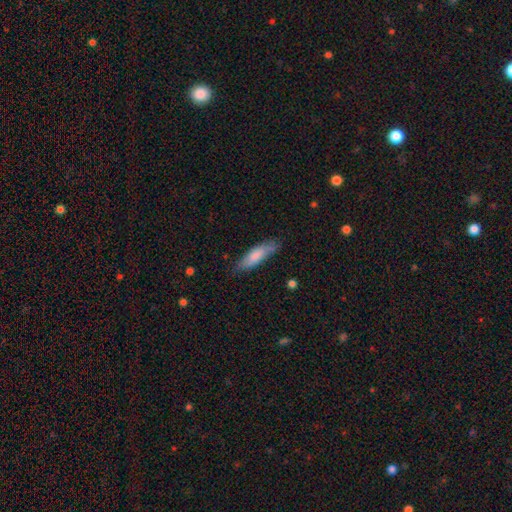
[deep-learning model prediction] Morphology: type=smooth (77%); roundness=cigar-shaped (59%); merging=none (74%).